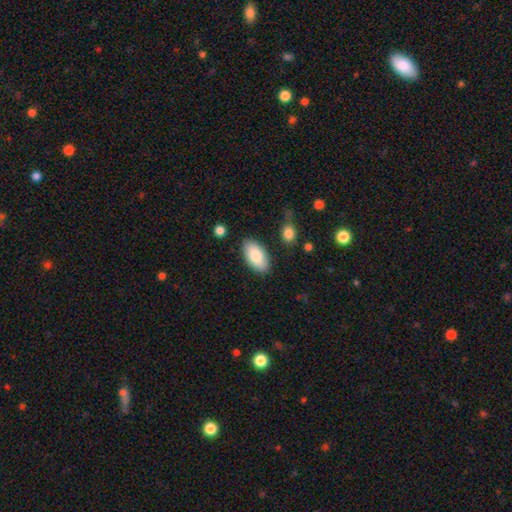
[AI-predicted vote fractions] smooth-or-featured: smooth: 83% | featured or disk: 12% | star or artifact: 6%
  how-rounded: in between: 94% | cigar-shaped: 4% | round: 2%
  merging: none: 84% | minor disturbance: 11% | merger: 3% | major disturbance: 2%